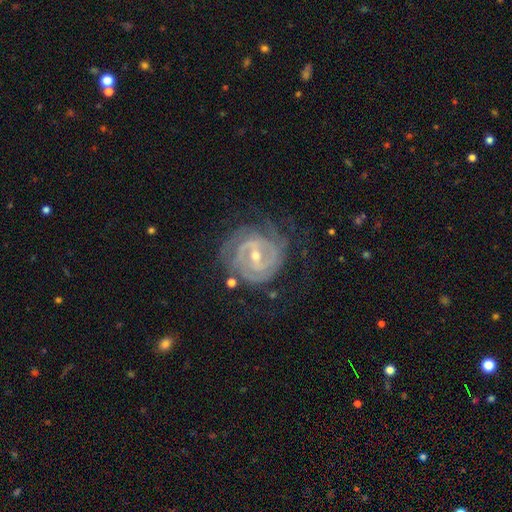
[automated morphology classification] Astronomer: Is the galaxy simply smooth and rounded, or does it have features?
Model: featured or disk — 89%.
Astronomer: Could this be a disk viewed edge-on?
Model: no — 97%.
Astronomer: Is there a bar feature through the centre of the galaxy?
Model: weak — 47% (runner-up: strong, 37%).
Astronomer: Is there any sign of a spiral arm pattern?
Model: yes — 96%.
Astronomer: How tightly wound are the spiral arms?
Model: tight — 74%.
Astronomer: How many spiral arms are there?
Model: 2 — 35% (runner-up: can't tell, 26%).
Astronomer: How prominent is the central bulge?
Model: small — 53% (runner-up: moderate, 44%).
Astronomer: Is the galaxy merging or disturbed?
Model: none — 68%.